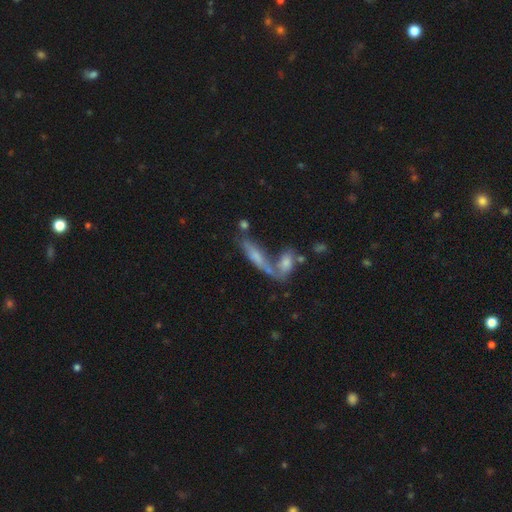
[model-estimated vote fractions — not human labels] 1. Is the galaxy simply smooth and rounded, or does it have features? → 64% smooth, 27% featured or disk, 9% star or artifact.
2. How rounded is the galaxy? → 56% cigar-shaped, 40% in between, 3% round.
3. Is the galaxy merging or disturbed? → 44% merger, 33% none, 13% minor disturbance, 10% major disturbance.